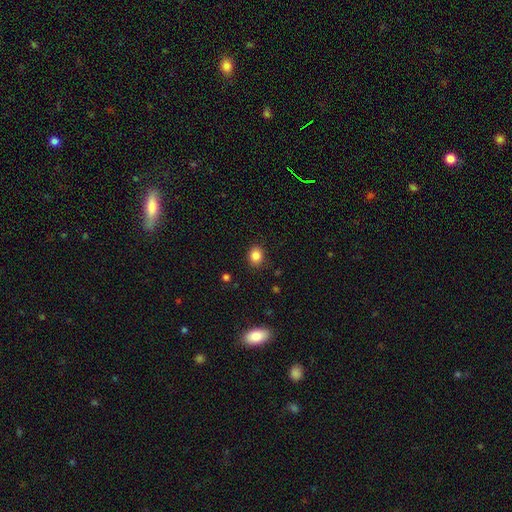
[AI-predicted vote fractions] Q: Smooth or featured?
A: smooth (85%); runner-up: star or artifact (11%)
Q: How rounded?
A: round (62%); runner-up: in between (37%)
Q: Merging?
A: none (88%); runner-up: minor disturbance (9%)